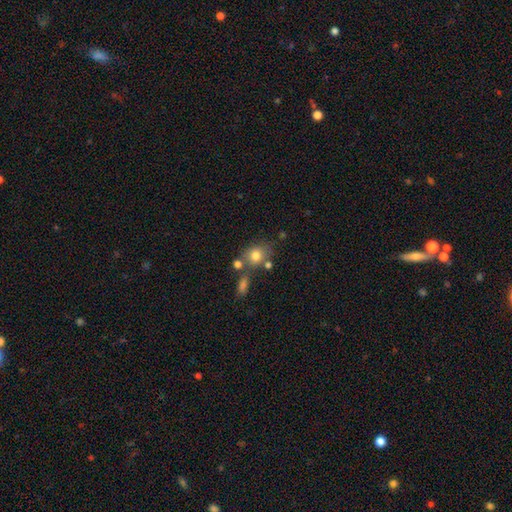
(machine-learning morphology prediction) Smooth or featured? Predicted: smooth (p=0.76). How rounded? Predicted: round (p=0.51). Merging? Predicted: none (p=0.57).